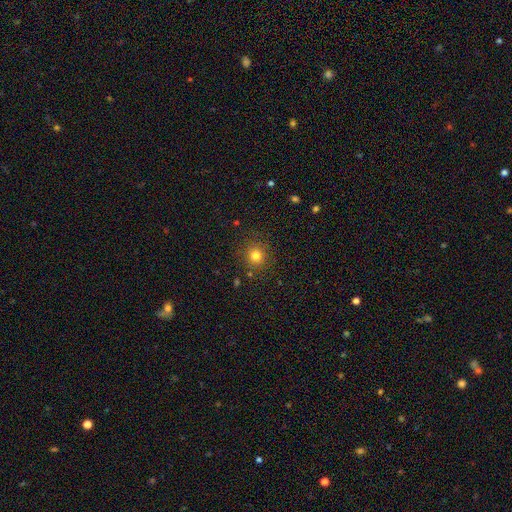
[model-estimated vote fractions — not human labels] Smooth or featured?
  - smooth: 78% *
  - star or artifact: 15%
  - featured or disk: 6%
How rounded?
  - round: 91% *
  - in between: 8%
  - cigar-shaped: 1%
Merging?
  - none: 87% *
  - minor disturbance: 8%
  - major disturbance: 3%
  - merger: 2%